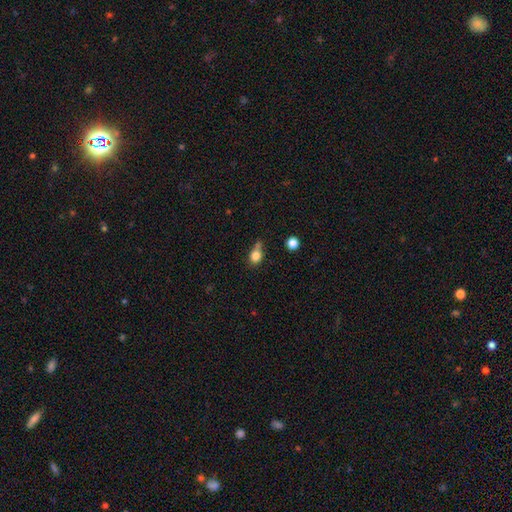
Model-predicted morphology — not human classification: type=smooth (80%); roundness=round (56%); merging=none (48%).